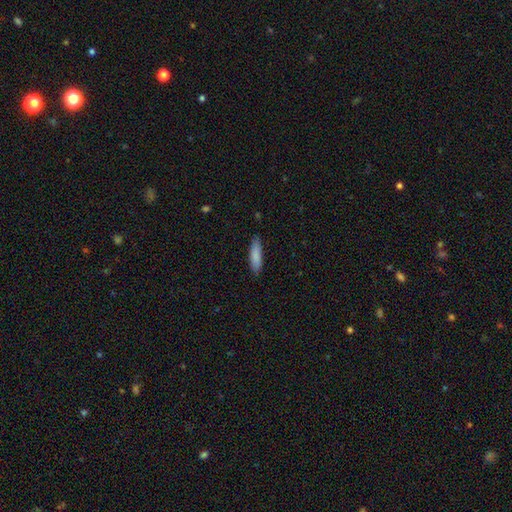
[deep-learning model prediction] Smooth or featured? Predicted: smooth (p=0.86). How rounded? Predicted: cigar-shaped (p=0.67). Merging? Predicted: none (p=0.85).